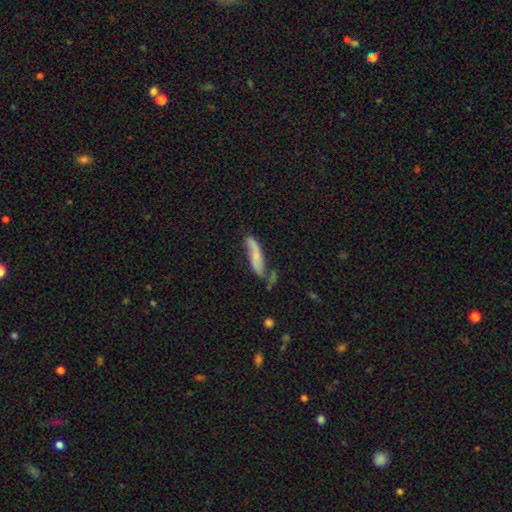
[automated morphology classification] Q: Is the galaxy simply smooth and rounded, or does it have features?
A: smooth — 55%.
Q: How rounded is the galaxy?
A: cigar-shaped — 75%.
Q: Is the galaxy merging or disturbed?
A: none — 52%.